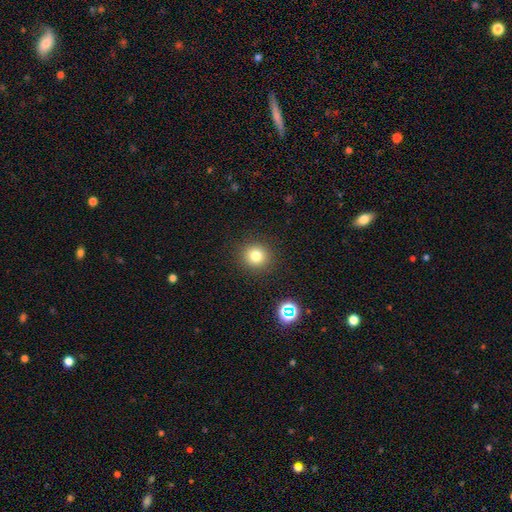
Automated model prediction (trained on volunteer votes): smooth 79%, star or artifact 14%, featured or disk 7%. Down the decision tree: how rounded — round (92%); merging — none (90%).